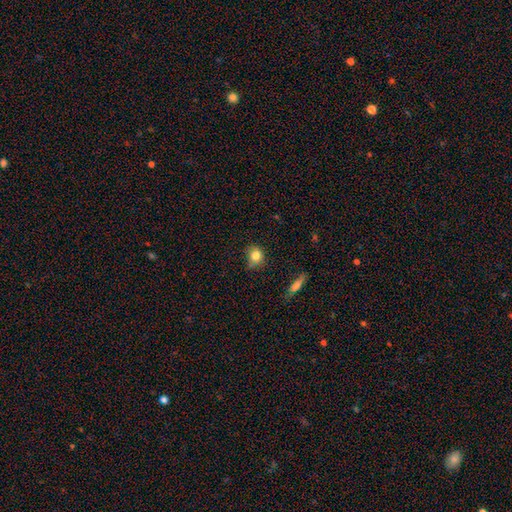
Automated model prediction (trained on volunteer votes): The model was most divided on "merging": none: 67%, minor disturbance: 25%, major disturbance: 5%, merger: 3%. More confident: smooth or featured — smooth (82%); how rounded — round (73%).